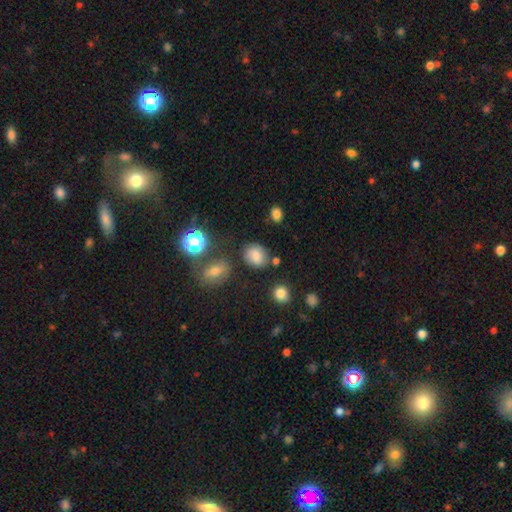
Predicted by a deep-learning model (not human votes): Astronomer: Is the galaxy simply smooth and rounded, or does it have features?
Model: smooth — 77%.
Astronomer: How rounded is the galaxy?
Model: round — 59% (runner-up: in between, 39%).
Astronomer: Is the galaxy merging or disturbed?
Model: none — 74%.